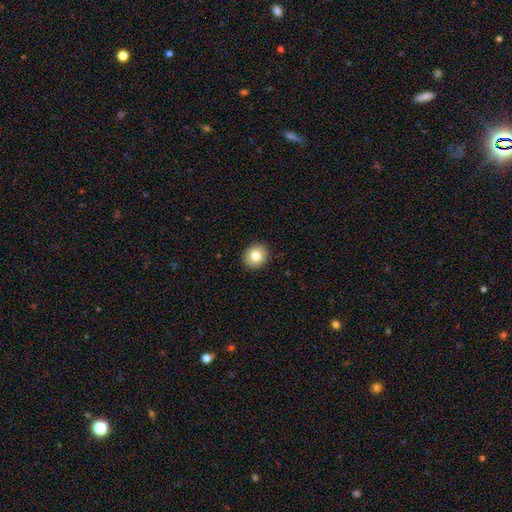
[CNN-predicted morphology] A smooth galaxy with no disk features (81%) that is round (82%). Merging: none (92%).